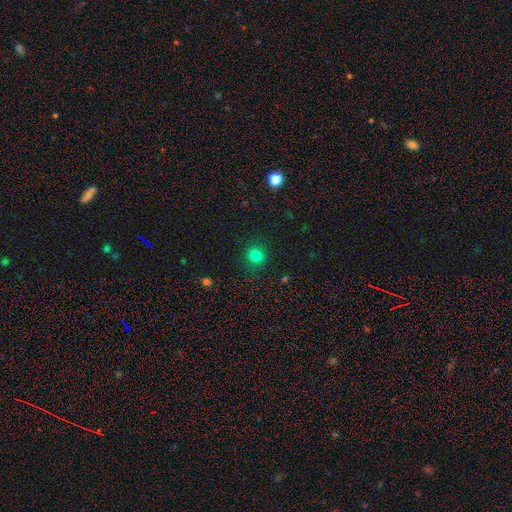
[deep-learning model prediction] Q: Smooth or featured?
A: smooth (81%); runner-up: star or artifact (15%)
Q: How rounded?
A: round (84%); runner-up: in between (15%)
Q: Merging?
A: none (87%); runner-up: minor disturbance (9%)